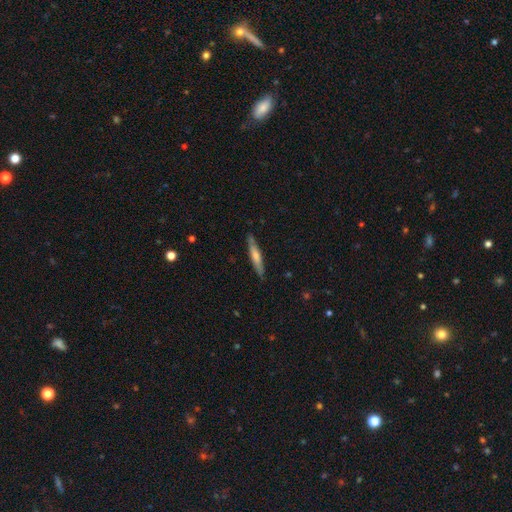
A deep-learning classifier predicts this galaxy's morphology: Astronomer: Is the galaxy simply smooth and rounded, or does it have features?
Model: smooth — 56% (runner-up: featured or disk, 38%).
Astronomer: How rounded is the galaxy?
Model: cigar-shaped — 91%.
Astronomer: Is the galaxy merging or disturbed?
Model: none — 84%.